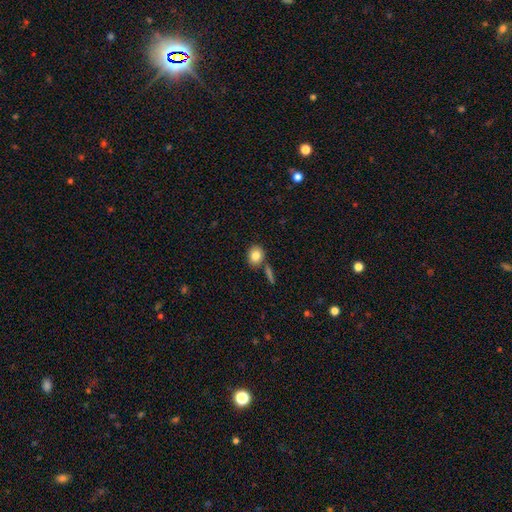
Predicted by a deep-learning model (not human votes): A smooth galaxy with no disk features (83%) that is round (64%).

Vote fractions:
- Smooth or featured? smooth: 83% / star or artifact: 9% / featured or disk: 8%
- How rounded? round: 64% / in between: 35% / cigar-shaped: 1%
- Merging? none: 75% / merger: 11% / minor disturbance: 11% / major disturbance: 3%